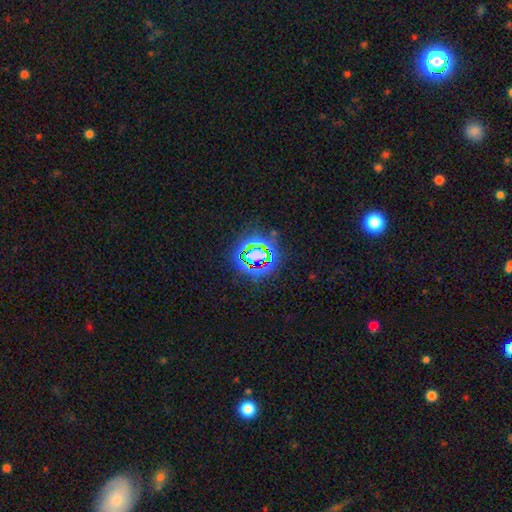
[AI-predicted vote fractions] Smooth or featured? Predicted: star or artifact (p=0.77).